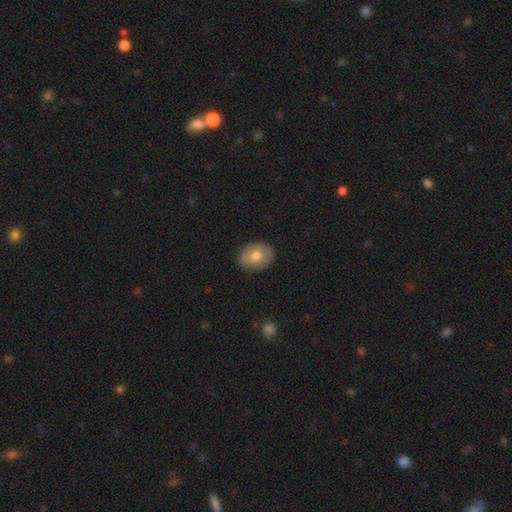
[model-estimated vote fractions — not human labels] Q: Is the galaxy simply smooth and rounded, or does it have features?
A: smooth — 69%.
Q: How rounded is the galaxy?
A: in between — 62%.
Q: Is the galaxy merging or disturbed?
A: none — 85%.